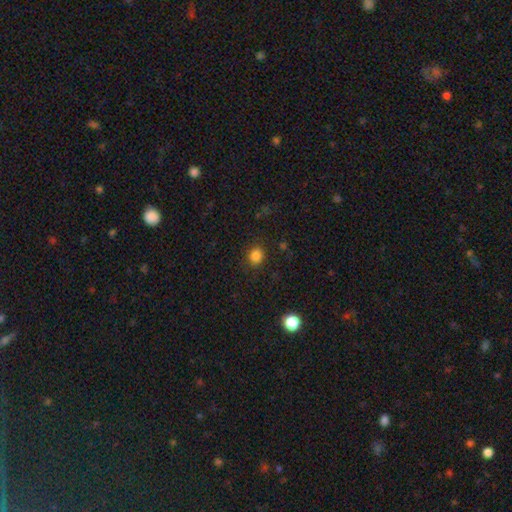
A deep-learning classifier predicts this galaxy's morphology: smooth-or-featured: smooth: 83% | star or artifact: 13% | featured or disk: 4%
  how-rounded: round: 78% | in between: 21% | cigar-shaped: 1%
  merging: none: 87% | minor disturbance: 9% | major disturbance: 3% | merger: 1%